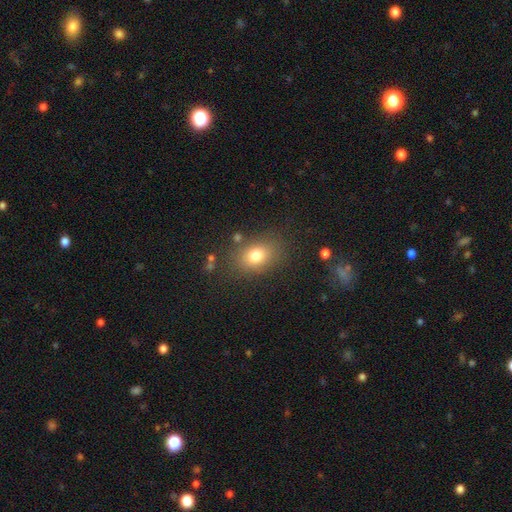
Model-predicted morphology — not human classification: type=smooth (78%); roundness=in between (67%); merging=none (79%).